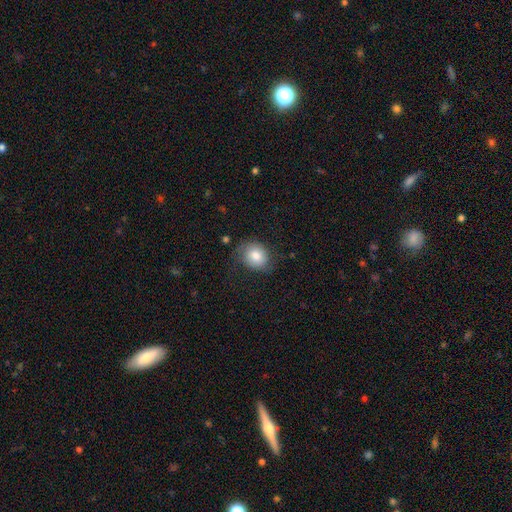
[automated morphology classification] This is likely a smooth galaxy (79%). How rounded: possibly round (57%). Merging: likely none (64%).